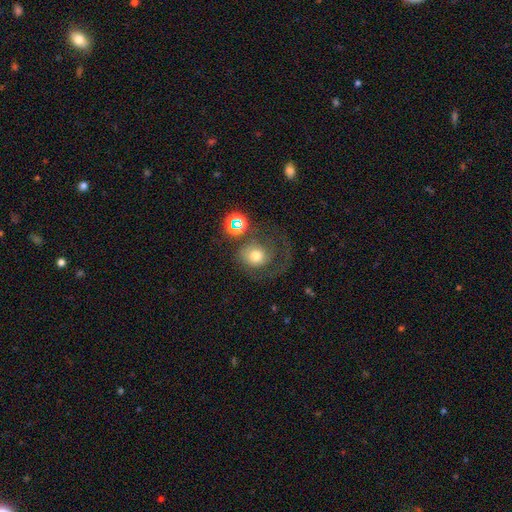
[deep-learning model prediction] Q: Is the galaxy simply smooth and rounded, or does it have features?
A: smooth — 54%.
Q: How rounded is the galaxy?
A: round — 75%.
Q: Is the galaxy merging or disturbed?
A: major disturbance — 41%.